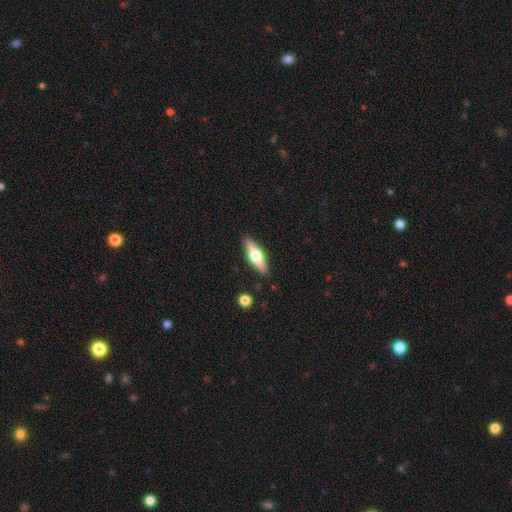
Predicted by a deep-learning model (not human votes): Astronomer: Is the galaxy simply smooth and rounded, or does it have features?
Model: featured or disk — 56% (runner-up: smooth, 38%).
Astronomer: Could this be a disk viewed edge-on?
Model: yes — 93%.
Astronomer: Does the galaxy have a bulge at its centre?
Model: rounded — 95%.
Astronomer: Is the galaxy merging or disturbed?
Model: none — 88%.